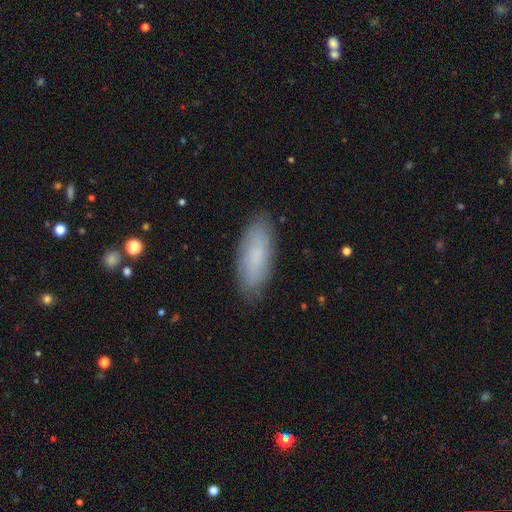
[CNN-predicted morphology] A smooth galaxy with no disk features (75%) that is in between round and cigar-shaped (72%). Merging: none (86%).